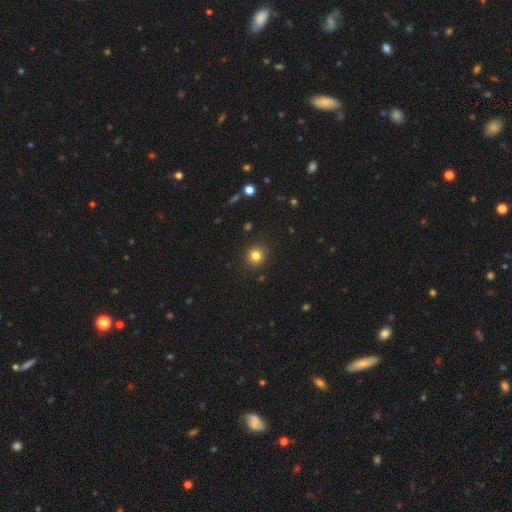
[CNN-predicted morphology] Overall: smooth (82%). How rounded: round (92%). Merging: none (91%).